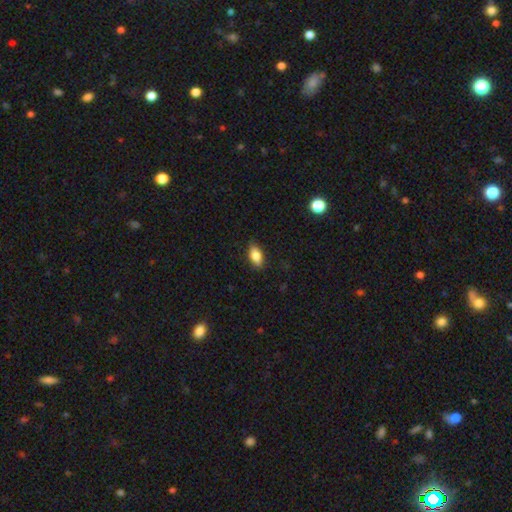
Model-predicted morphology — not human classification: A smooth galaxy with no disk features (80%) that is in between round and cigar-shaped (87%). Merging: none (86%).